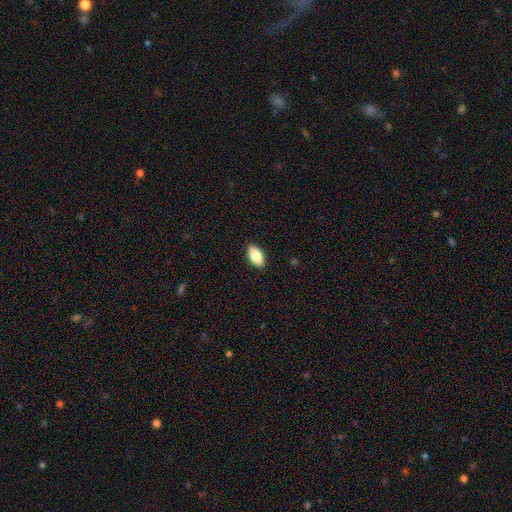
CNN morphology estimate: smooth-or-featured: smooth: 84% | featured or disk: 9% | star or artifact: 7%
  how-rounded: in between: 91% | cigar-shaped: 6% | round: 3%
  merging: none: 89% | minor disturbance: 8% | major disturbance: 2% | merger: 1%